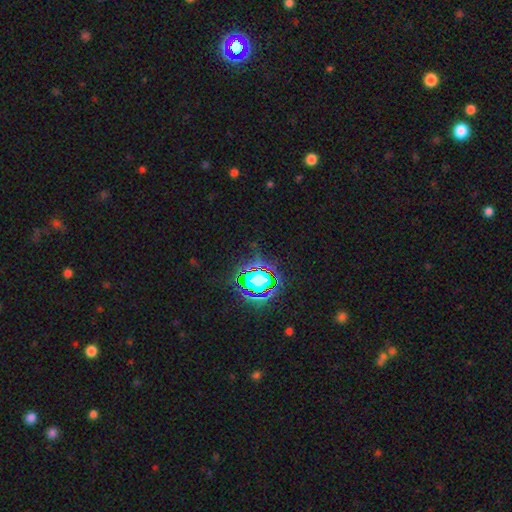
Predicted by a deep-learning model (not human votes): Morphology: type=star or artifact (78%).